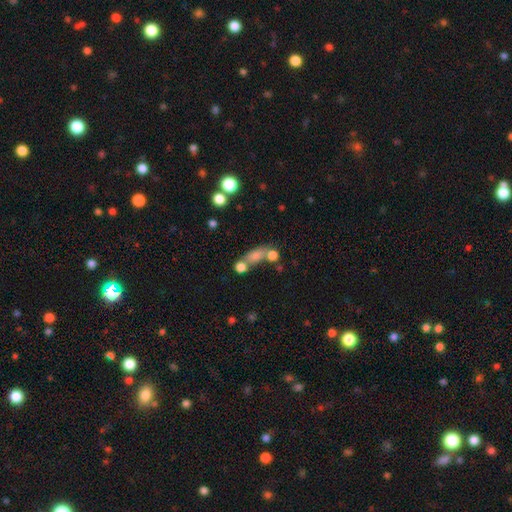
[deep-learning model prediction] The model was most divided on "merging" (2-way tie): merger: 39%, none: 39%, minor disturbance: 13%, major disturbance: 9%. More confident: smooth or featured — smooth (70%); how rounded — in between (55%).